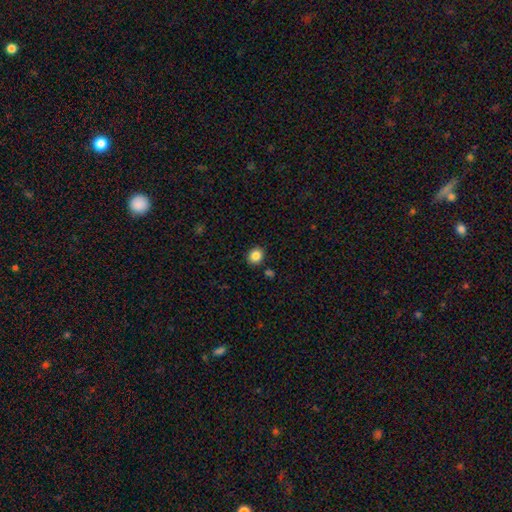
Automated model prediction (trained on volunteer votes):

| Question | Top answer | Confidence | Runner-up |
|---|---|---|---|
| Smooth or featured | smooth | 86% | star or artifact (10%) |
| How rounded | round | 75% | in between (24%) |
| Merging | none | 87% | minor disturbance (8%) |